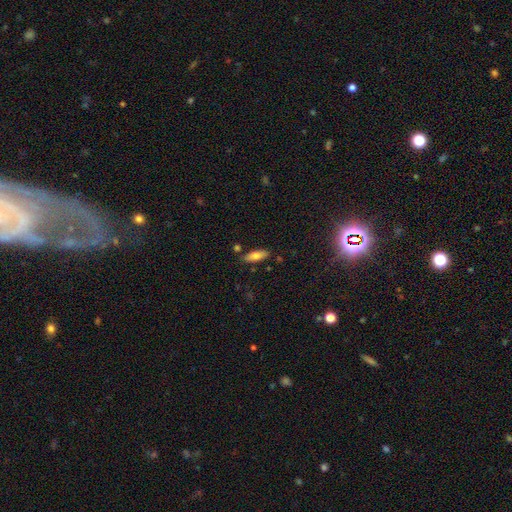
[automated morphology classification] smooth 76%, featured or disk 17%, star or artifact 7%. Down the decision tree: how rounded — in between (70%); merging — none (82%).